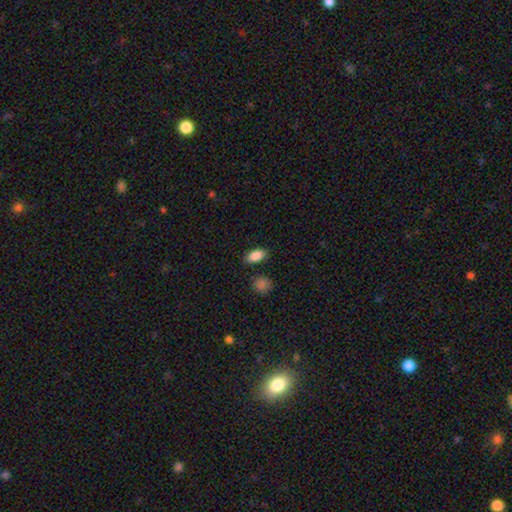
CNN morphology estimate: smooth_or_featured: smooth (p=0.88) [alt: star or artifact p=0.08]
how_rounded: in between (p=0.90) [alt: round p=0.05]
merging: none (p=0.84) [alt: minor disturbance p=0.11]